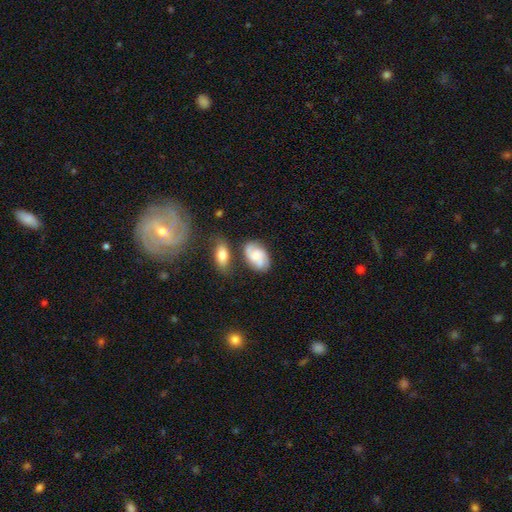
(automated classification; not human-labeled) Morphology: type=featured or disk (59%); edge-on=no (96%); bar=no (60%); spiral arms=yes (92%); winding=medium (47%); arm count=2 (56%); bulge=small (36%); merging=none (64%).